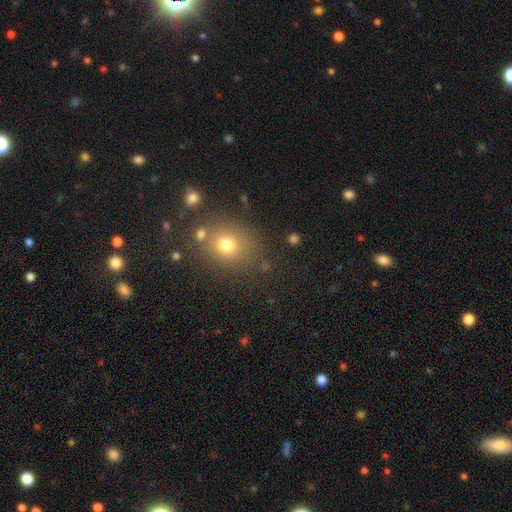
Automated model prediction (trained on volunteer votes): A smooth galaxy with no disk features (56%) that is round (76%).

Vote fractions:
- Smooth or featured? smooth: 56% / star or artifact: 35% / featured or disk: 9%
- How rounded? round: 76% / in between: 23% / cigar-shaped: 1%
- Merging? none: 82% / minor disturbance: 9% / merger: 6% / major disturbance: 4%